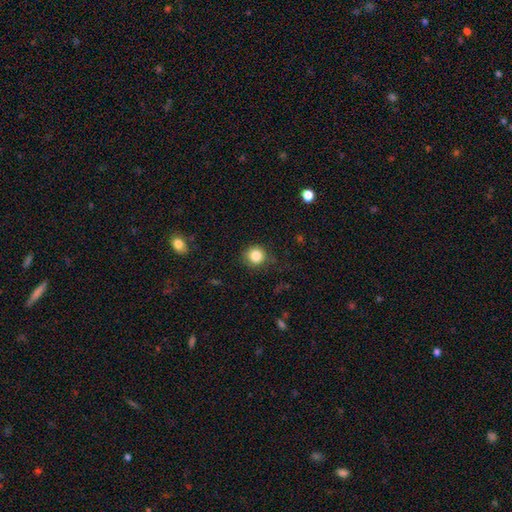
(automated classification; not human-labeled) smooth-or-featured: smooth: 84% | star or artifact: 11% | featured or disk: 5%
  how-rounded: round: 92% | in between: 8% | cigar-shaped: 1%
  merging: none: 84% | minor disturbance: 11% | major disturbance: 4% | merger: 1%